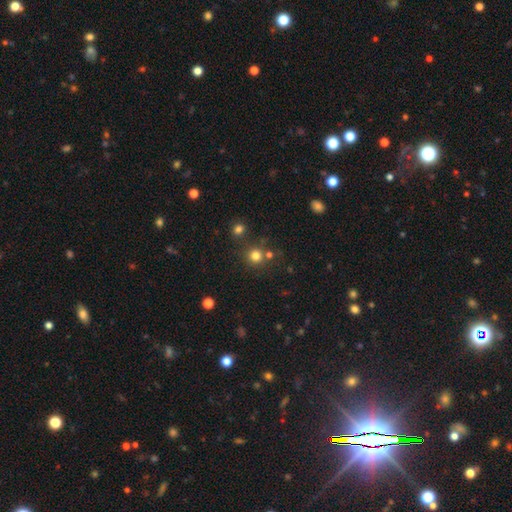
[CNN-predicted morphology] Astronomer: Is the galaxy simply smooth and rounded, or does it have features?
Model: smooth — 78%.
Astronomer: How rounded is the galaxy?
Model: round — 92%.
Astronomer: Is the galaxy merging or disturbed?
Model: none — 75%.